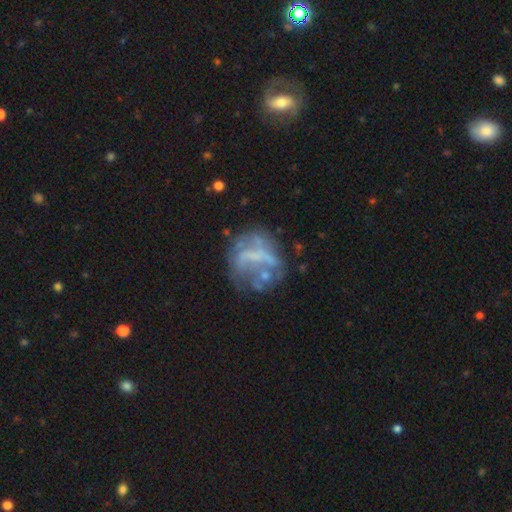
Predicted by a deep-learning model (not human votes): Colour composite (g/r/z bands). It shows a featured or disk galaxy (60%) with no bar (61%), no spiral arms (79%) and no central bulge (68%). Merging: none (45%).